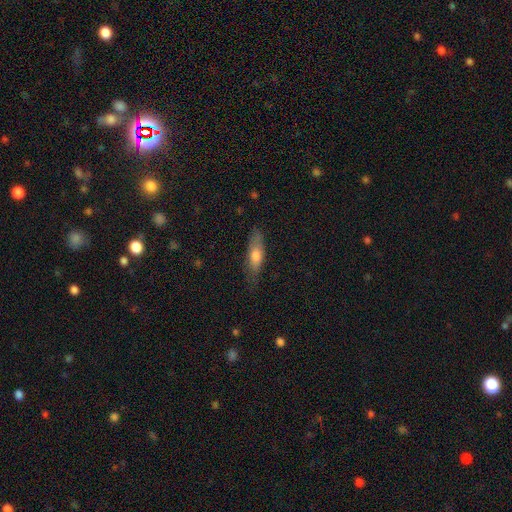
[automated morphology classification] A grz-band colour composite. It shows a smooth galaxy with no disk features (64%) that is cigar-shaped (55%). Merging: none (77%).